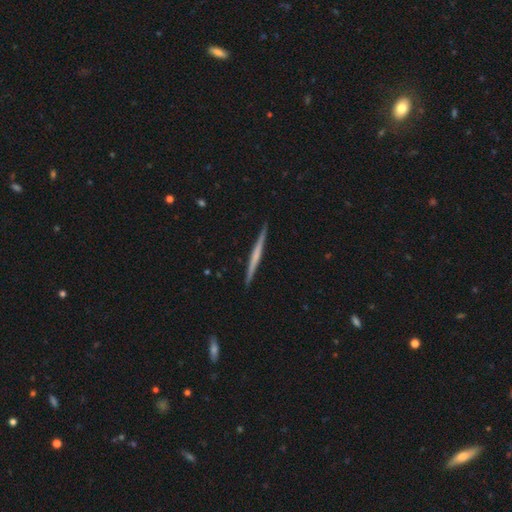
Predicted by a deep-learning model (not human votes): The model was most divided on "smooth or featured": featured or disk: 61%, smooth: 34%, star or artifact: 5%. More confident: edge-on disk — yes (98%); merging — none (92%); edge-on bulge — none (72%).